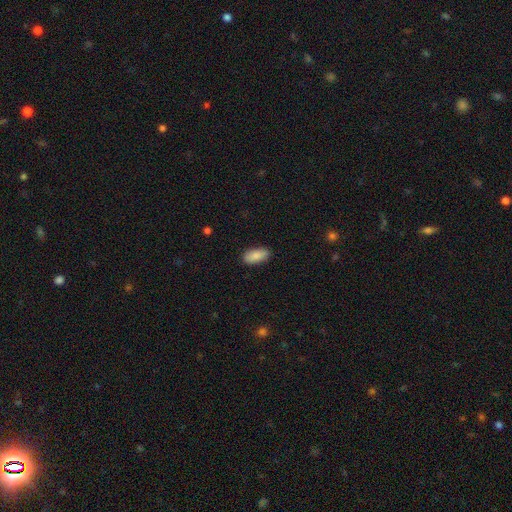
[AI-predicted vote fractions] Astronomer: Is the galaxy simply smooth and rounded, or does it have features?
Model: smooth — 88%.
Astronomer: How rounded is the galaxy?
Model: in between — 89%.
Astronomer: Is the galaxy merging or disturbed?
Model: none — 88%.